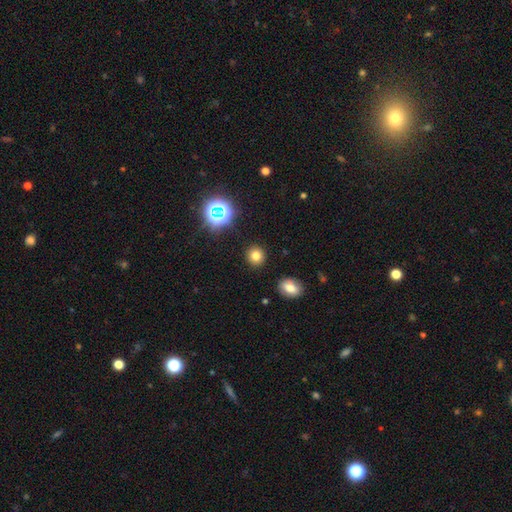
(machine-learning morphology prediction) This is likely a smooth galaxy (75%). How rounded: clearly round (89%). Merging: clearly none (90%).